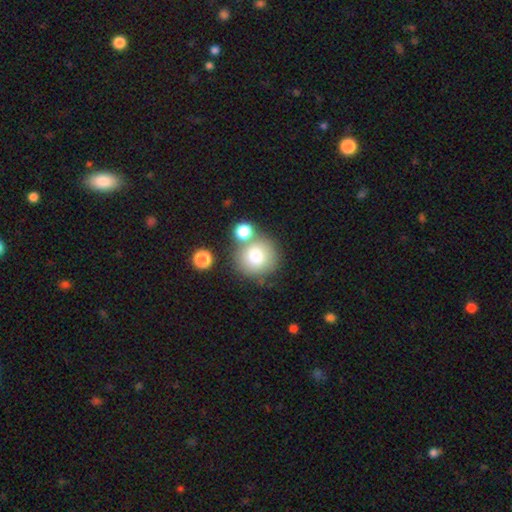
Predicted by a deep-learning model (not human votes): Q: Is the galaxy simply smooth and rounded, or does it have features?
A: smooth — 78%.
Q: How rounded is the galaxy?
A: round — 90%.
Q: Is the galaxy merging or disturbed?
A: none — 62%.